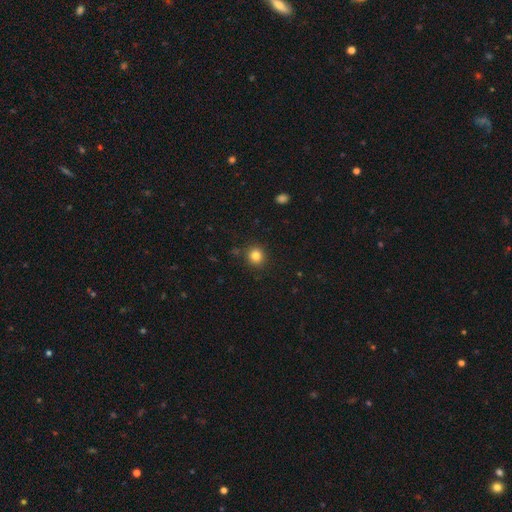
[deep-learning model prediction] smooth_or_featured: smooth (p=0.83) [alt: star or artifact p=0.12]
how_rounded: round (p=0.89) [alt: in between p=0.10]
merging: none (p=0.89) [alt: minor disturbance p=0.07]